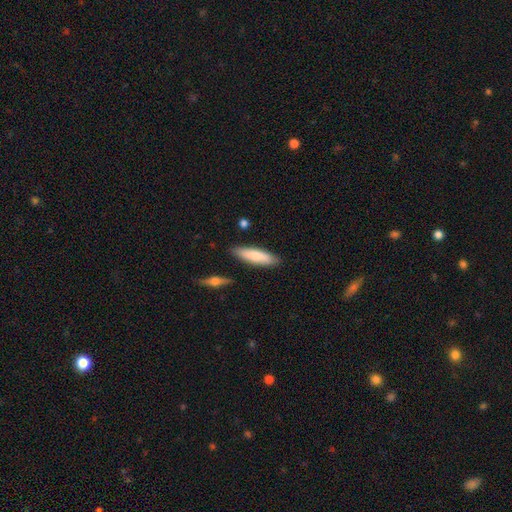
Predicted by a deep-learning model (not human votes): The model was most divided on "how rounded": cigar-shaped: 62%, in between: 37%, round: 2%. More confident: merging — none (85%); smooth or featured — smooth (76%).